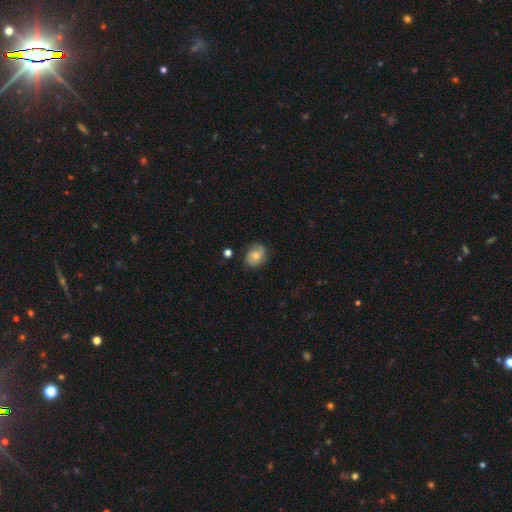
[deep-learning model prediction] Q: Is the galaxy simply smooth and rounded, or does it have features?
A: smooth — 52%.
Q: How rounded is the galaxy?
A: in between — 56%.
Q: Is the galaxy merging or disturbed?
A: none — 67%.